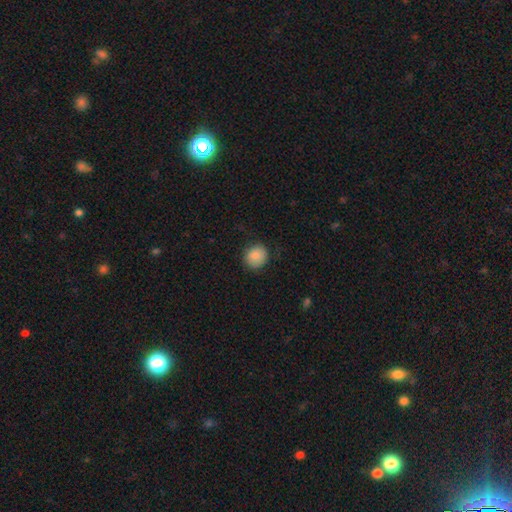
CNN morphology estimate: Overall: smooth (84%). How rounded: round (81%). Merging: none (82%).